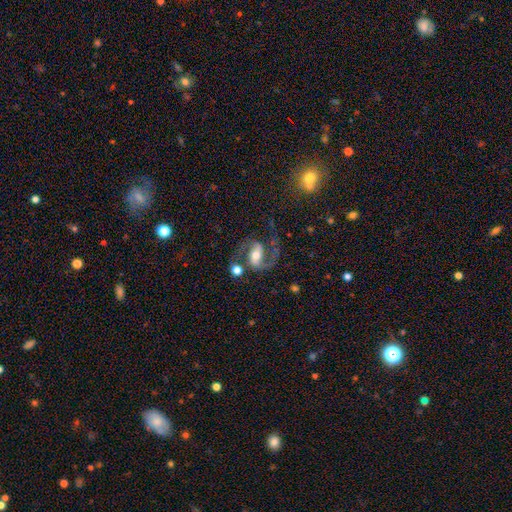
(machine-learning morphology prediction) Q: Smooth or featured?
A: featured or disk (86%); runner-up: smooth (8%)
Q: Edge-on disk?
A: no (97%); runner-up: yes (3%)
Q: Bar?
A: weak (37%); runner-up: strong (36%)
Q: Spiral arms?
A: yes (96%); runner-up: no (4%)
Q: Spiral winding?
A: medium (52%); runner-up: loose (36%)
Q: Spiral arm count?
A: 2 (88%); runner-up: 1 (7%)
Q: Bulge size?
A: moderate (62%); runner-up: small (25%)
Q: Merging?
A: none (59%); runner-up: major disturbance (17%)